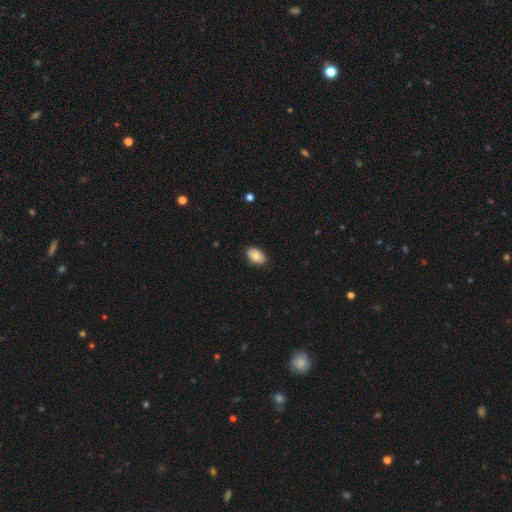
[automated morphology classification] A smooth galaxy with no disk features (80%) that is in between round and cigar-shaped (89%).

Vote fractions:
- Smooth or featured? smooth: 80% / featured or disk: 13% / star or artifact: 7%
- How rounded? in between: 89% / round: 10% / cigar-shaped: 1%
- Merging? none: 86% / minor disturbance: 11% / major disturbance: 2% / merger: 1%